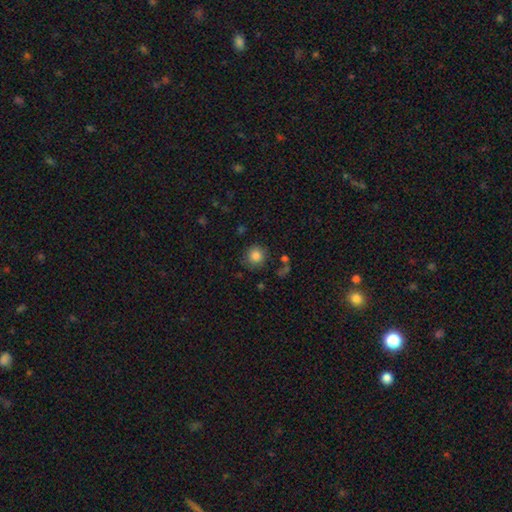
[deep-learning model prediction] The model was most divided on "merging": none: 82%, minor disturbance: 11%, major disturbance: 4%, merger: 3%. More confident: how rounded — round (92%); smooth or featured — smooth (85%).